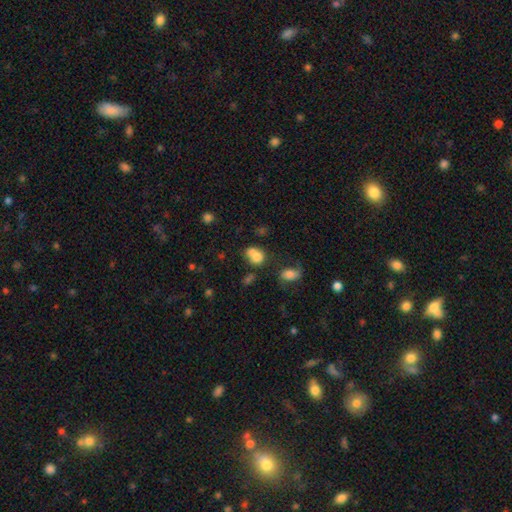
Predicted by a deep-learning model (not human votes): Overall: smooth (73%). How rounded: round (54%; in between 45%). Merging: merger (56%; none 26%).